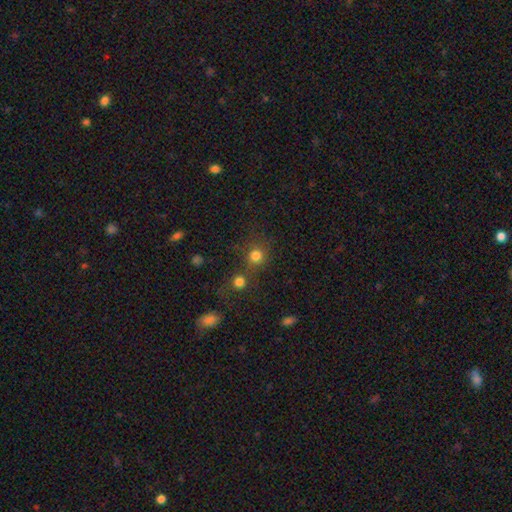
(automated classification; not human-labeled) This appears to be a smooth galaxy with no disk features (77%) that is round (90%). Merging: none (62%).